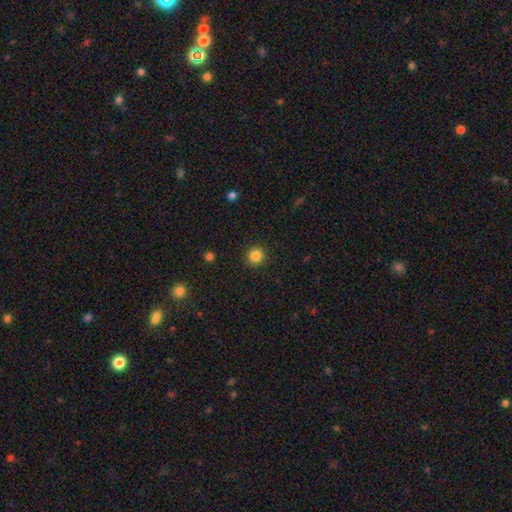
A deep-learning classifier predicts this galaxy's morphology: A smooth galaxy with no disk features (84%) that is round (93%).

Vote fractions:
- Smooth or featured? smooth: 84% / star or artifact: 11% / featured or disk: 4%
- How rounded? round: 93% / in between: 6% / cigar-shaped: 1%
- Merging? none: 91% / minor disturbance: 6% / major disturbance: 2% / merger: 1%